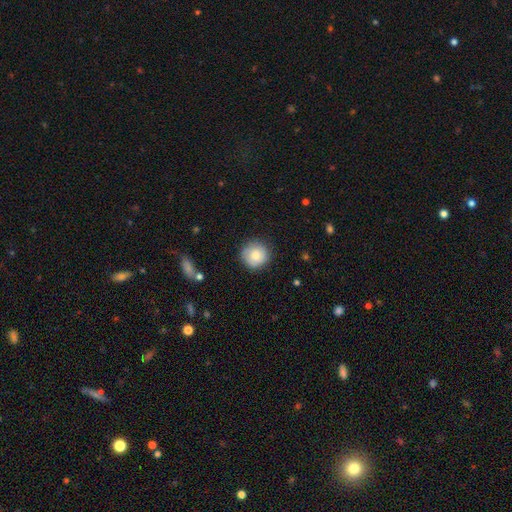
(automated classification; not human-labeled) Smooth or featured? Predicted: smooth (p=0.81). How rounded? Predicted: round (p=0.94). Merging? Predicted: none (p=0.85).